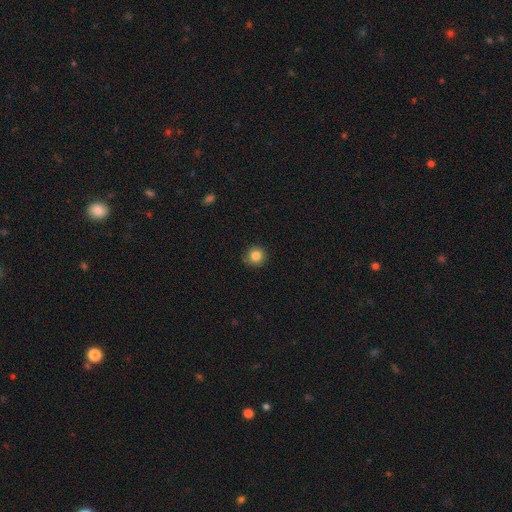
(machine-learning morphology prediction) smooth 84%, star or artifact 11%, featured or disk 5%. Down the decision tree: how rounded — round (94%); merging — none (86%).